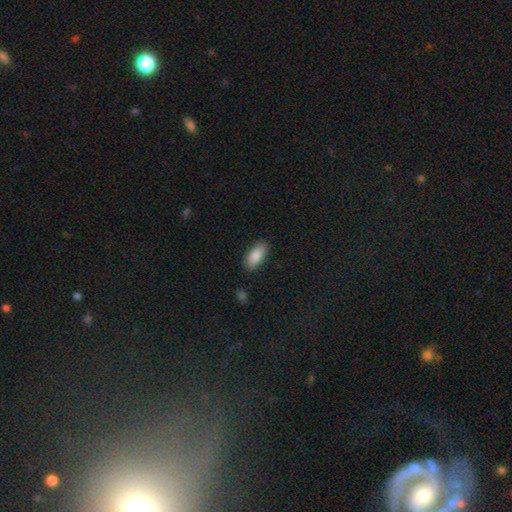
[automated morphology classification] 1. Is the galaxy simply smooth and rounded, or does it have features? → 86% smooth, 7% featured or disk, 6% star or artifact.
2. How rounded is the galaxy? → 89% in between, 8% cigar-shaped, 2% round.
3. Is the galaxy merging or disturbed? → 86% none, 10% minor disturbance, 2% major disturbance, 1% merger.